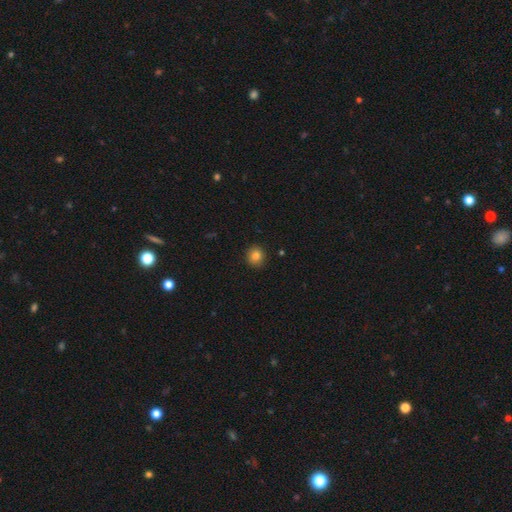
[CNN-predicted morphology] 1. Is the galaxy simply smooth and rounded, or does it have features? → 85% smooth, 11% star or artifact, 5% featured or disk.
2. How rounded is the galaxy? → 88% round, 11% in between, 1% cigar-shaped.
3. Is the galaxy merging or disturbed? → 90% none, 7% minor disturbance, 2% major disturbance, 1% merger.